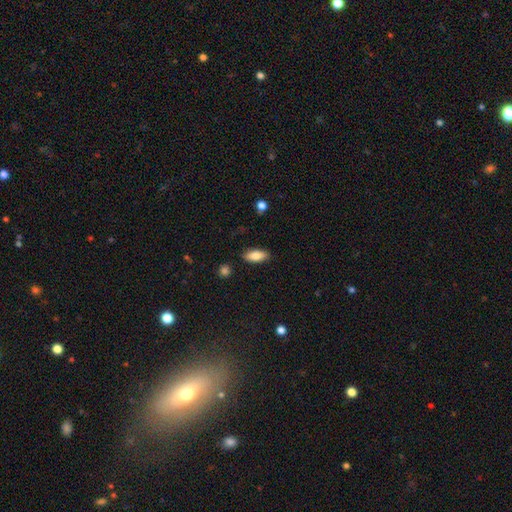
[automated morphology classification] Overall: smooth (83%). How rounded: in between (85%). Merging: none (87%).